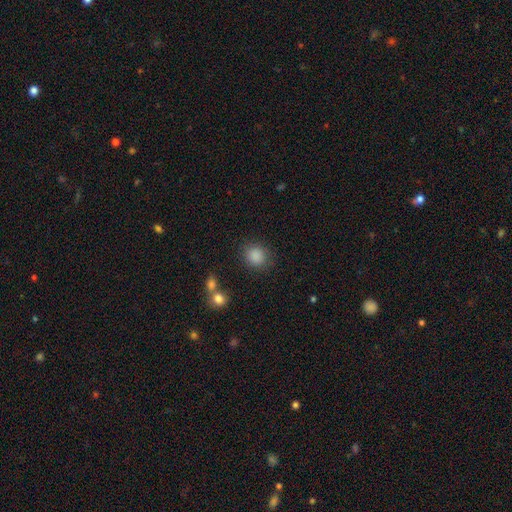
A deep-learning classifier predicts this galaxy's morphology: This appears to be a smooth galaxy with no disk features (87%) that is round (77%). Merging: none (82%).